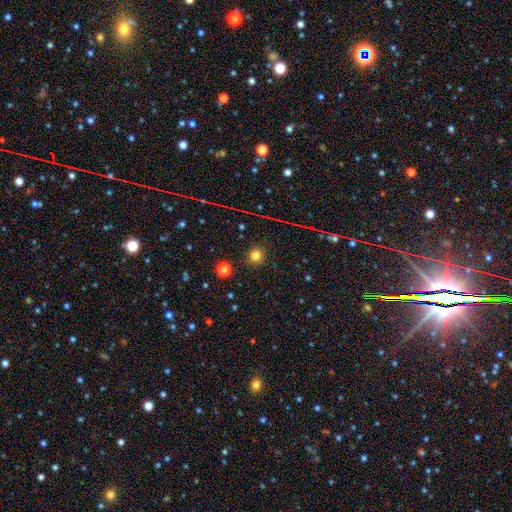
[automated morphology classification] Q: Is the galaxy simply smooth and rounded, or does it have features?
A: smooth — 77%.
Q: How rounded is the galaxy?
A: round — 89%.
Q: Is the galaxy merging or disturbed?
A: none — 89%.